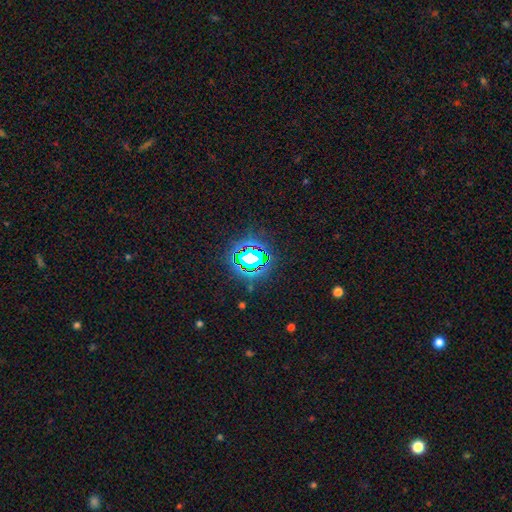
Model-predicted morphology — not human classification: type=star or artifact (78%).